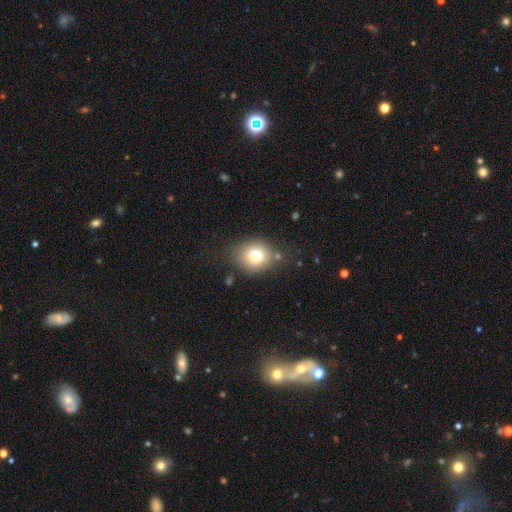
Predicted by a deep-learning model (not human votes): smooth-or-featured: smooth: 77% | featured or disk: 12% | star or artifact: 11%
  how-rounded: round: 62% | in between: 37% | cigar-shaped: 1%
  merging: none: 71% | minor disturbance: 18% | major disturbance: 6% | merger: 4%